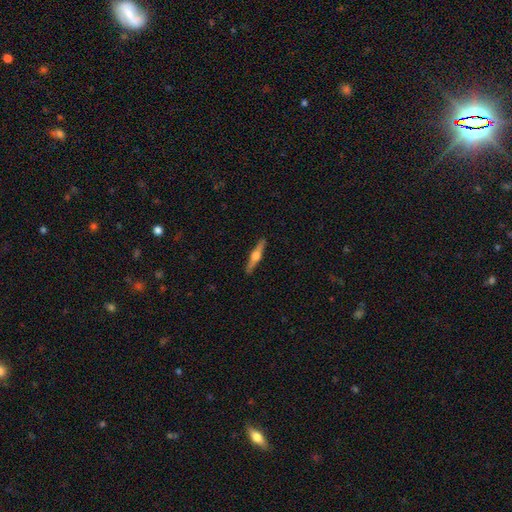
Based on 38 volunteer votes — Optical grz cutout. It shows a featured or disk galaxy (82%) viewed edge-on (97%) with a rounded central bulge (87%). Merging: none (92%).